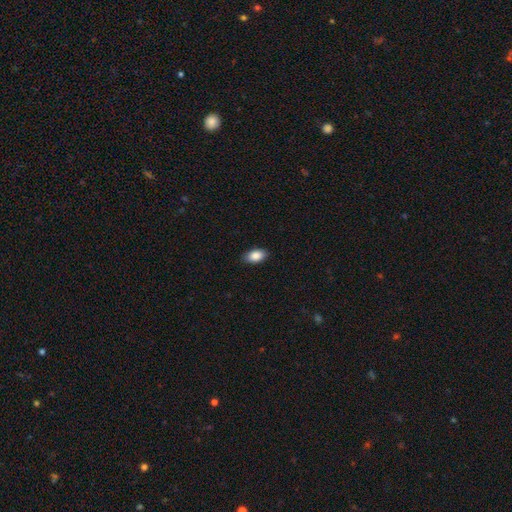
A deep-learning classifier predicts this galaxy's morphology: This is clearly a smooth galaxy (88%). How rounded: clearly in between (93%). Merging: clearly none (88%).